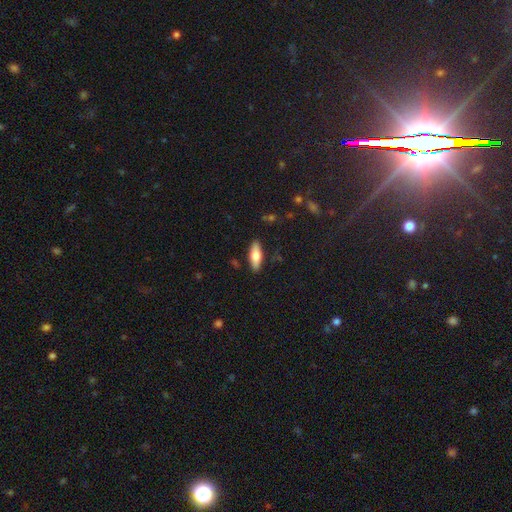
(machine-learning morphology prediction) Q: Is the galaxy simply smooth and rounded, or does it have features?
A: smooth — 66%.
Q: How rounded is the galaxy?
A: in between — 61%.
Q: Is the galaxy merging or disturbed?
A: none — 88%.